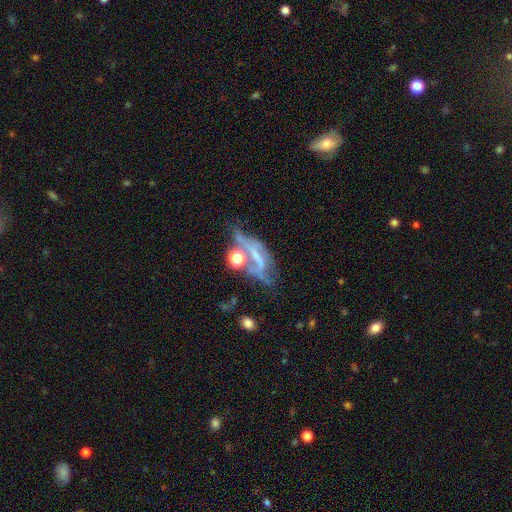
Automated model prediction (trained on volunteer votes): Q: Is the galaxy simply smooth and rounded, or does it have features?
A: featured or disk — 54%.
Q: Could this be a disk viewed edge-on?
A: no — 71%.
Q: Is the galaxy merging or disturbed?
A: none — 38%.